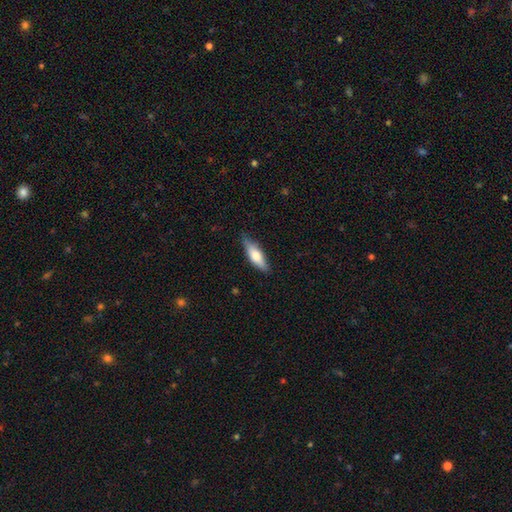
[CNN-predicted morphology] Smooth or featured? Predicted: smooth (p=0.62). How rounded? Predicted: in between (p=0.49). Merging? Predicted: none (p=0.78).